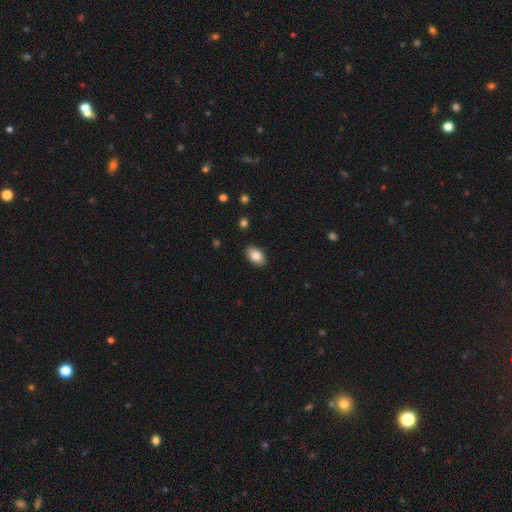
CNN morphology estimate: smooth-or-featured: smooth: 84% | featured or disk: 8% | star or artifact: 8%
  how-rounded: in between: 91% | round: 8% | cigar-shaped: 1%
  merging: none: 89% | minor disturbance: 8% | major disturbance: 2% | merger: 1%